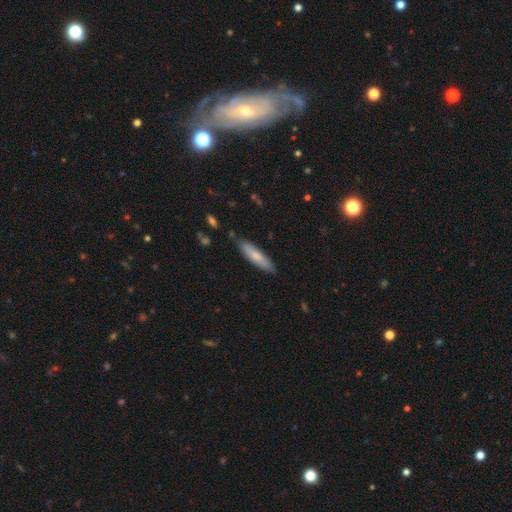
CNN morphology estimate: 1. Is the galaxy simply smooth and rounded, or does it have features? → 73% smooth, 22% featured or disk, 6% star or artifact.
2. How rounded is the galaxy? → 73% cigar-shaped, 26% in between, 1% round.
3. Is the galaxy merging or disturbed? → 83% none, 13% minor disturbance, 2% major disturbance, 2% merger.